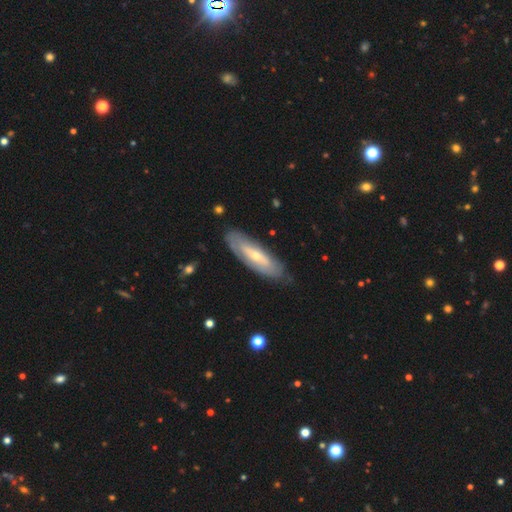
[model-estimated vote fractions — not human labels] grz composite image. It shows a featured or disk galaxy (64%). Merging: none (80%).